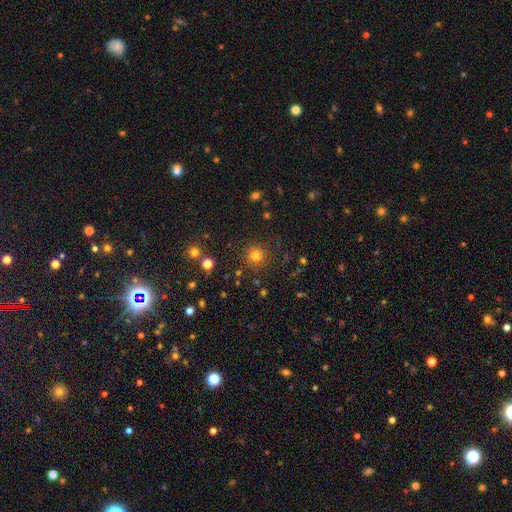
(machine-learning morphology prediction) smooth-or-featured: smooth: 79% | star or artifact: 15% | featured or disk: 6%
  how-rounded: round: 94% | in between: 5% | cigar-shaped: 1%
  merging: none: 86% | minor disturbance: 8% | major disturbance: 4% | merger: 2%